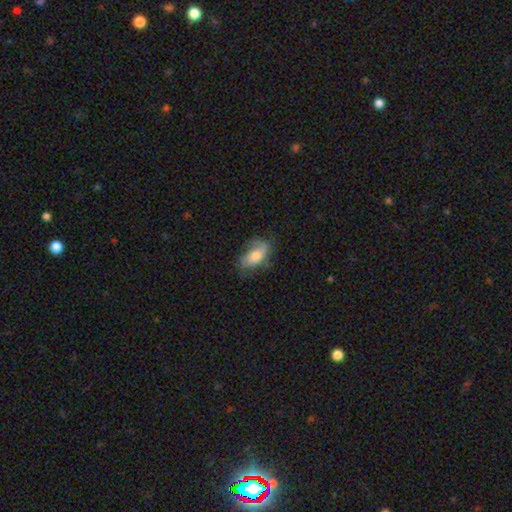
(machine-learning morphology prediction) type=smooth (56%); roundness=in between (88%); merging=none (57%).